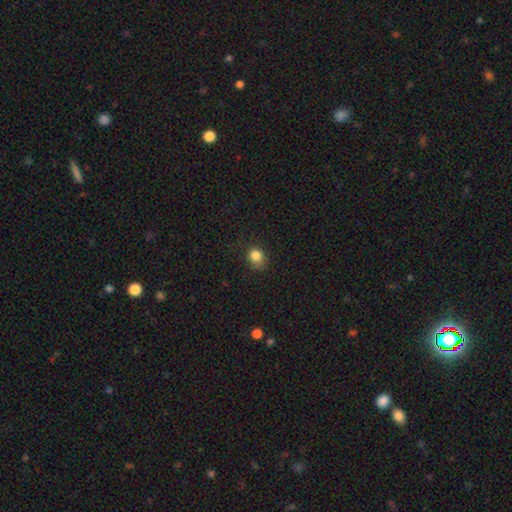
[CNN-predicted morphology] Smooth or featured: smooth — 83% (star or artifact — 12%)
How rounded: round — 62% (in between — 37%)
Merging: none — 67% (minor disturbance — 24%)